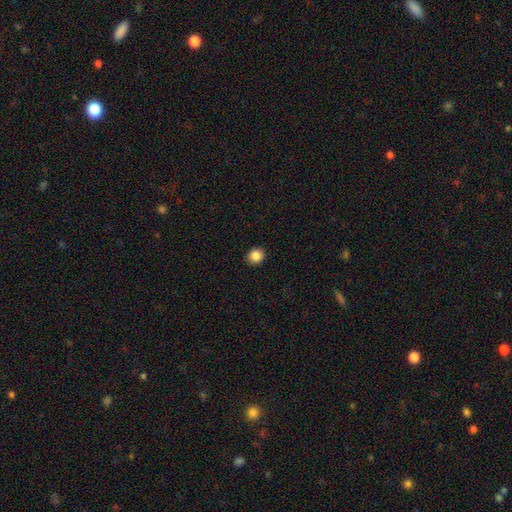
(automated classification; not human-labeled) Smooth or featured? Predicted: smooth (p=0.86). How rounded? Predicted: round (p=0.80). Merging? Predicted: none (p=0.92).